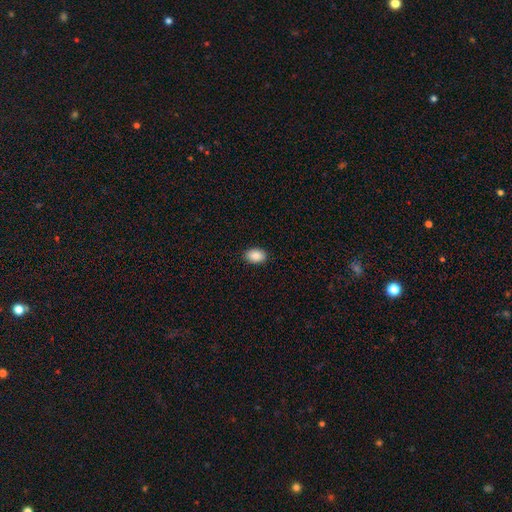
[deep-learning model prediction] Smooth or featured? smooth (89%)
How rounded? in between (81%)
Merging? none (90%)